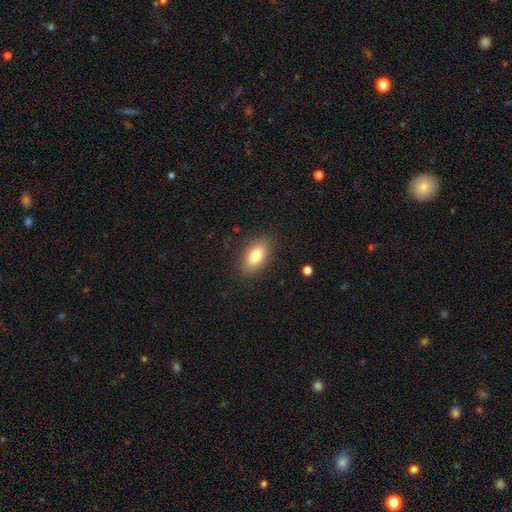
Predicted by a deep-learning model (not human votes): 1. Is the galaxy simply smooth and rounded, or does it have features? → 81% smooth, 11% featured or disk, 7% star or artifact.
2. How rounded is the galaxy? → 90% in between, 5% cigar-shaped, 5% round.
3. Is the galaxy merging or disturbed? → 86% none, 10% minor disturbance, 3% major disturbance, 1% merger.